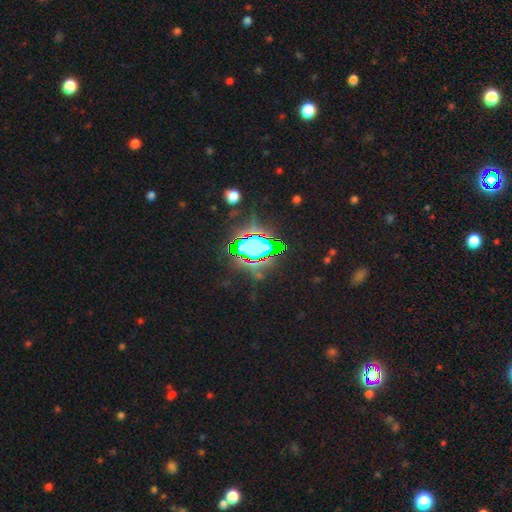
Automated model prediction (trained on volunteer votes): This appears to be a star or artifact, not a galaxy (81%).